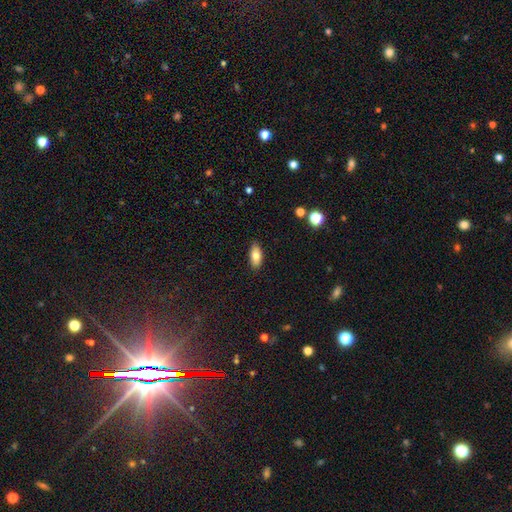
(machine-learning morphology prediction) Smooth or featured: smooth — 79% (featured or disk — 14%)
How rounded: in between — 87% (cigar-shaped — 10%)
Merging: none — 87% (minor disturbance — 10%)